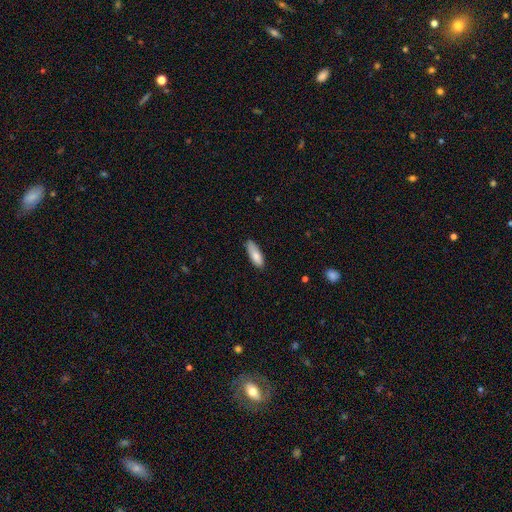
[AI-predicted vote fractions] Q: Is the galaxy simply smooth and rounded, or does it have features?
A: smooth — 83%.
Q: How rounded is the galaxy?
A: in between — 61%.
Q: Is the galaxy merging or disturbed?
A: none — 76%.